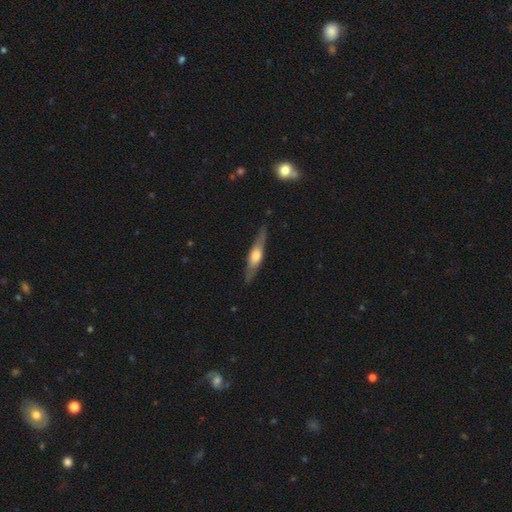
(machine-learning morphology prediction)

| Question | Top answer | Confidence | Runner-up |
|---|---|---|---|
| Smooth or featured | featured or disk | 59% | smooth (36%) |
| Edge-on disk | yes | 91% | no (9%) |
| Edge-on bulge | rounded | 88% | boxy (7%) |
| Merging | none | 85% | minor disturbance (11%) |